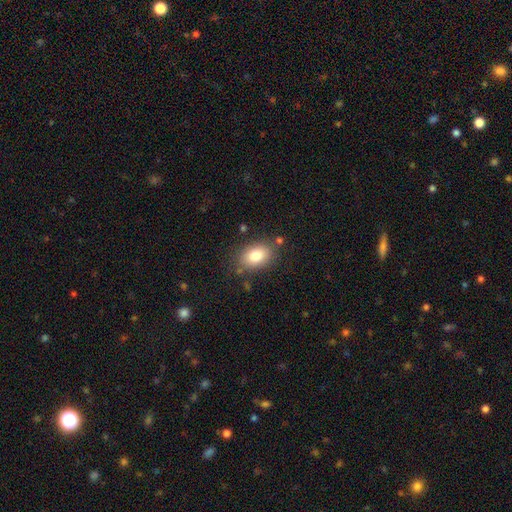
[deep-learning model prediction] This is clearly a smooth galaxy (81%). How rounded: clearly in between (85%). Merging: likely none (79%).